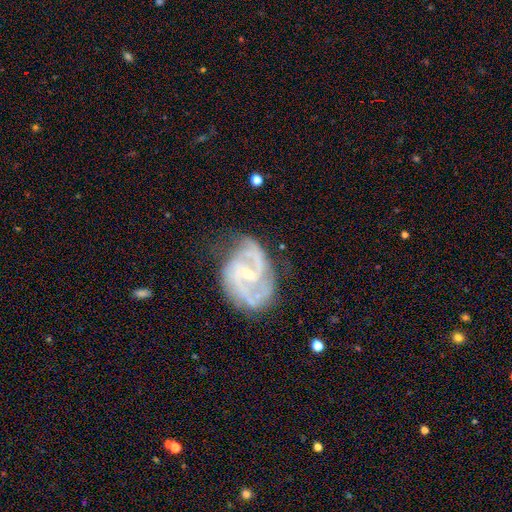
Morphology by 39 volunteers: Smooth or featured: featured or disk — 90% (smooth — 10%)
Edge-on disk: no — 97% (yes — 3%)
Bar: weak — 47% (strong — 44%)
Spiral arms: yes — 97% (no — 3%)
Spiral winding: medium — 61% (loose — 27%)
Spiral arm count: 2 — 88% (3 — 6%)
Bulge size: small — 59% (moderate — 41%)
Merging: none — 51% (minor disturbance — 28%)